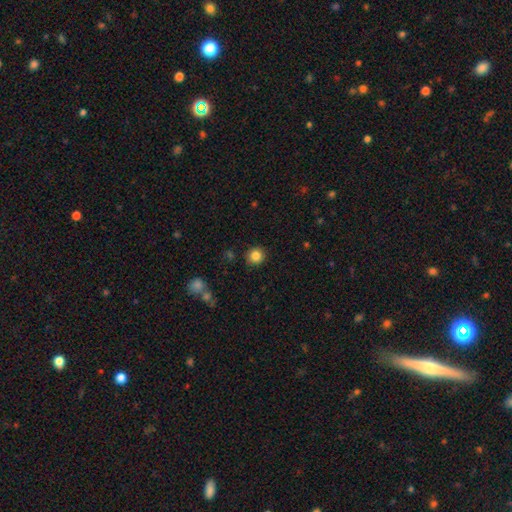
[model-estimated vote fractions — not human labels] Smooth or featured? Predicted: smooth (p=0.85). How rounded? Predicted: round (p=0.92). Merging? Predicted: none (p=0.90).